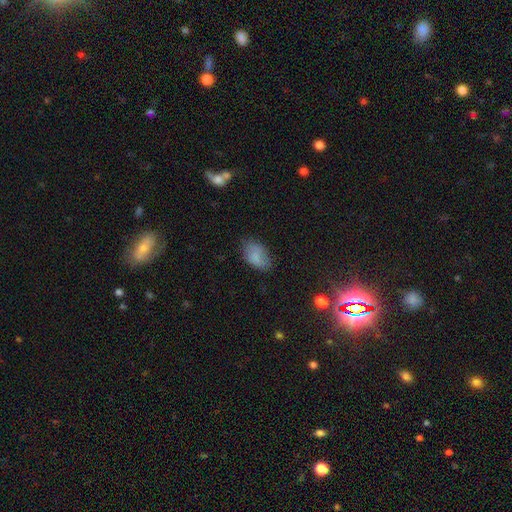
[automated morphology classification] smooth-or-featured: smooth: 80% | featured or disk: 10% | star or artifact: 9%
  how-rounded: in between: 91% | round: 8% | cigar-shaped: 2%
  merging: none: 61% | minor disturbance: 29% | major disturbance: 8% | merger: 2%